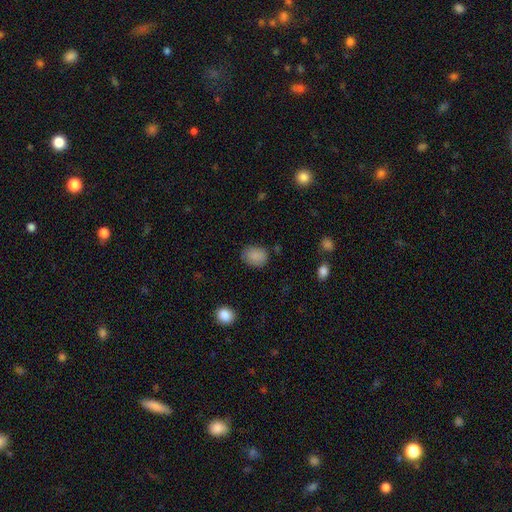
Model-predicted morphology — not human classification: Smooth or featured?
  - smooth: 86% *
  - star or artifact: 9%
  - featured or disk: 5%
How rounded?
  - in between: 54% *
  - round: 45%
  - cigar-shaped: 1%
Merging?
  - none: 78% *
  - minor disturbance: 17%
  - major disturbance: 4%
  - merger: 2%